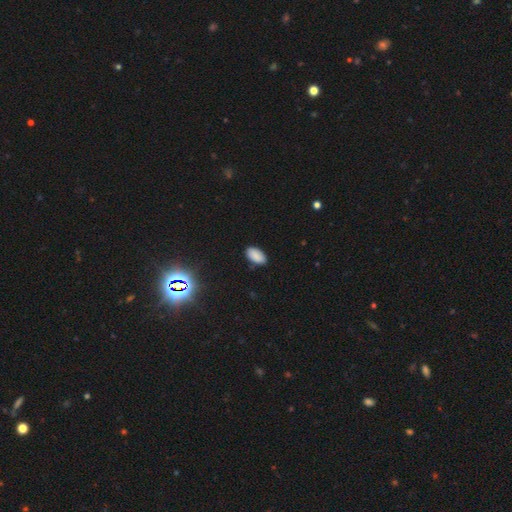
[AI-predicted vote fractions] Smooth or featured? smooth (87%)
How rounded? in between (95%)
Merging? none (86%)